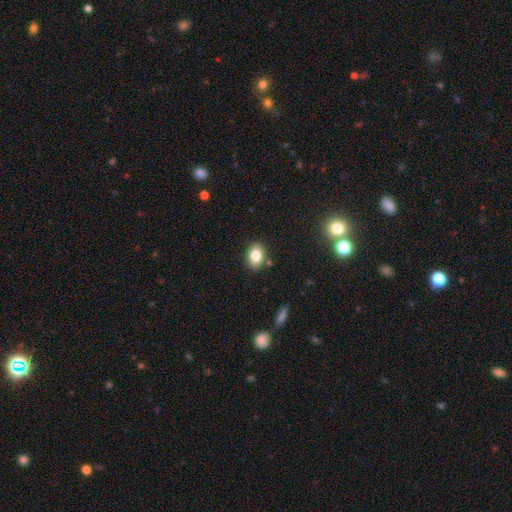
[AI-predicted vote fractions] A smooth galaxy with no disk features (83%) that is in between round and cigar-shaped (78%). Merging: none (83%).